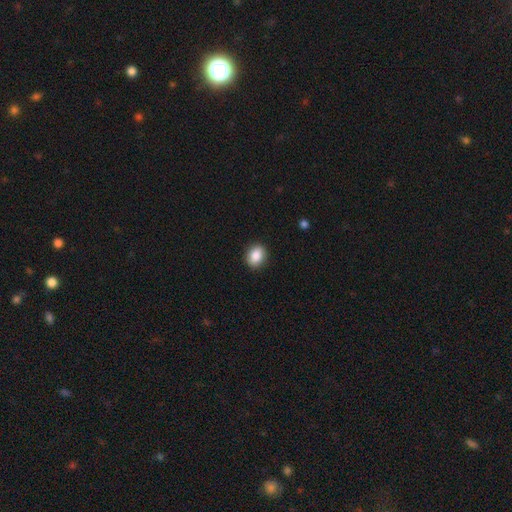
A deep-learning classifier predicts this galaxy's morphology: smooth_or_featured: smooth (p=0.87) [alt: star or artifact p=0.08]
how_rounded: in between (p=0.51) [alt: round p=0.47]
merging: none (p=0.90) [alt: minor disturbance p=0.07]